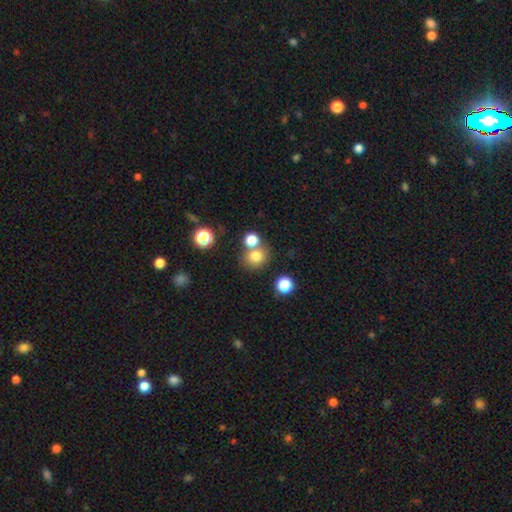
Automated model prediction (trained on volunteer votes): A smooth galaxy with no disk features (77%) that is round (80%). Merging: none (62%).